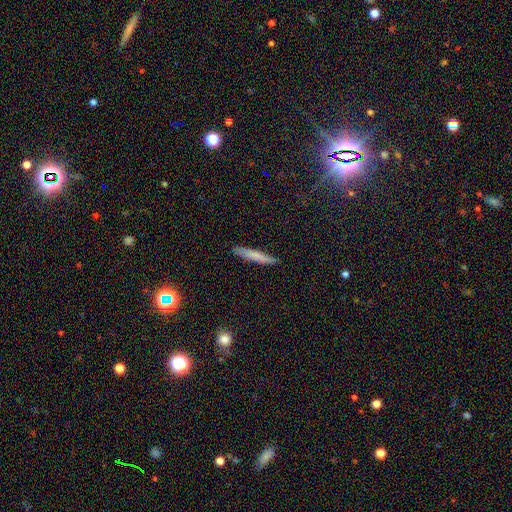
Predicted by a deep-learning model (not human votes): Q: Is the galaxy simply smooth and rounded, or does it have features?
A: smooth — 71%.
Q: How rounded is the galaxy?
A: cigar-shaped — 93%.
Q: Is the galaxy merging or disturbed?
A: none — 87%.